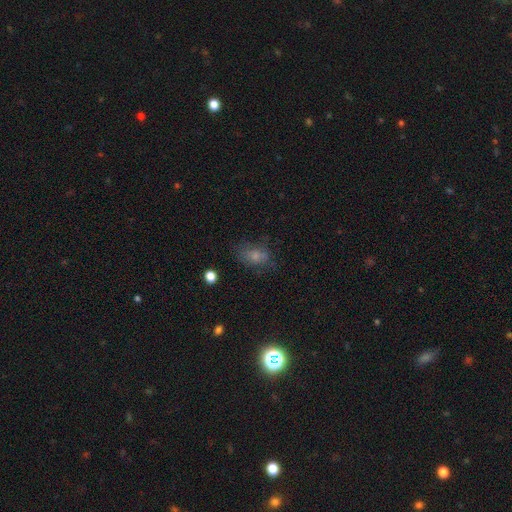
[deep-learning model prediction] The model was most divided on "merging": none: 61%, minor disturbance: 24%, major disturbance: 12%, merger: 4%. More confident: how rounded — in between (81%); smooth or featured — smooth (71%).